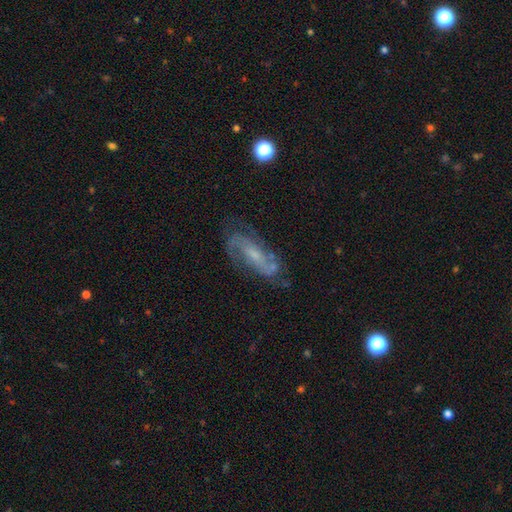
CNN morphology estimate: A featured or disk galaxy (79%) with a weak bar (42%), 2 (70%) medium (48%) spiral arms (93%) and a small central bulge (53%). Merging: none (68%).